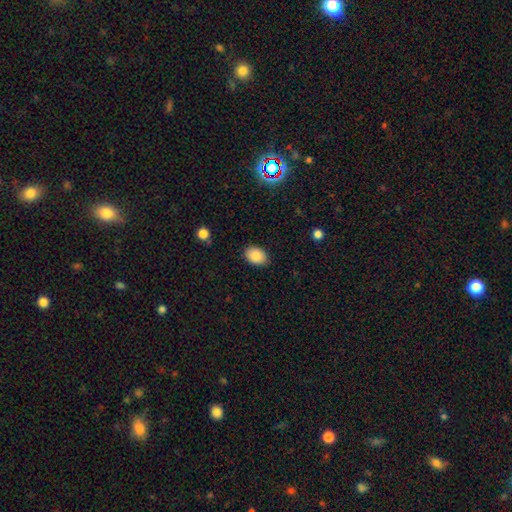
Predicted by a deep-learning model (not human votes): smooth_or_featured: smooth (p=0.86) [alt: star or artifact p=0.08]
how_rounded: in between (p=0.77) [alt: round p=0.22]
merging: none (p=0.85) [alt: minor disturbance p=0.11]